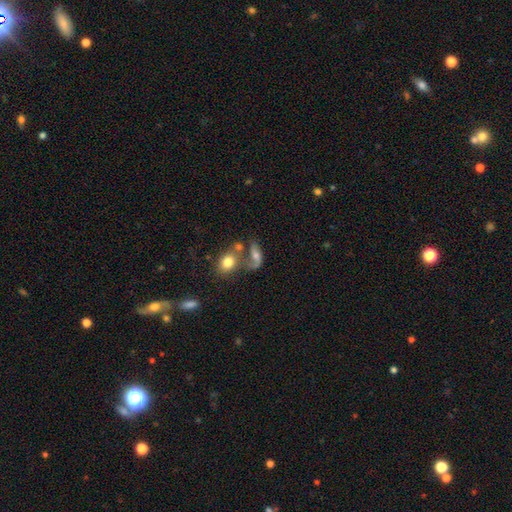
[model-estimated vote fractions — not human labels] A smooth galaxy with no disk features (46%). Merging: merger (39%).